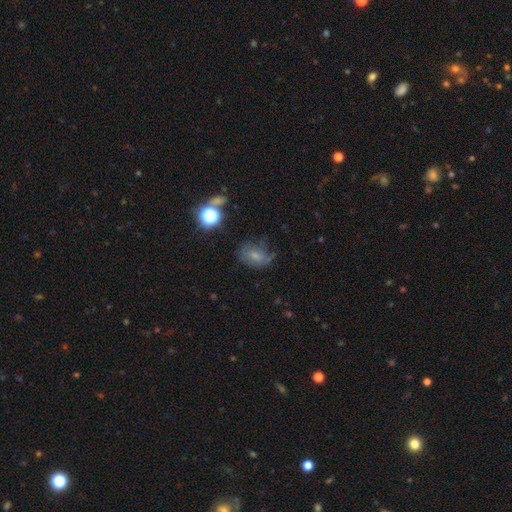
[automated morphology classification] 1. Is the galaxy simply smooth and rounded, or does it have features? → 56% smooth, 25% featured or disk, 19% star or artifact.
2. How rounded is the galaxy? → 62% in between, 37% round, 2% cigar-shaped.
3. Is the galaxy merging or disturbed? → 52% none, 27% minor disturbance, 16% major disturbance, 4% merger.